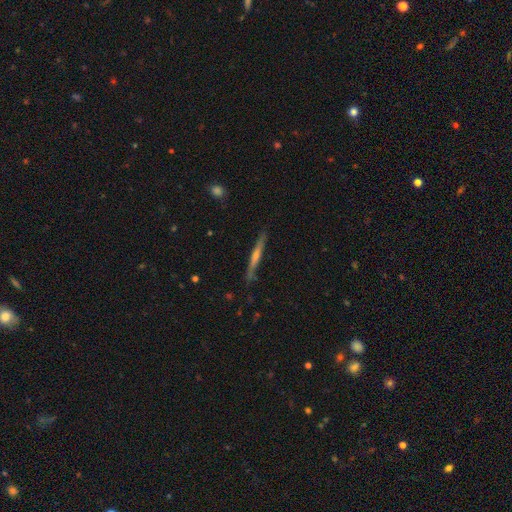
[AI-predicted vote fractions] Morphology: type=featured or disk (70%); edge-on=yes (97%); edge-on bulge=rounded (67%); merging=none (86%).